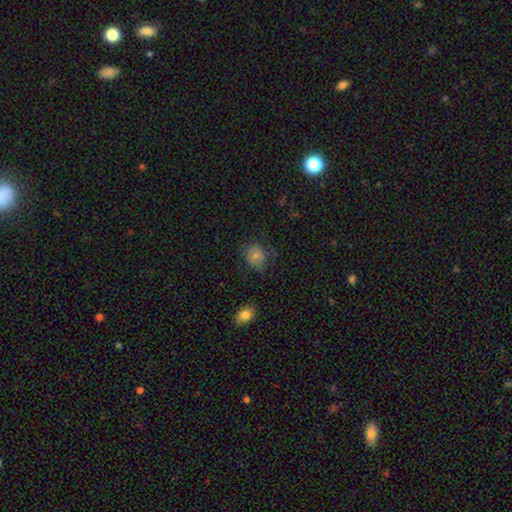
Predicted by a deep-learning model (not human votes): A smooth galaxy with no disk features (76%) that is round (62%).

Vote fractions:
- Smooth or featured? smooth: 76% / featured or disk: 14% / star or artifact: 10%
- How rounded? round: 62% / in between: 37% / cigar-shaped: 1%
- Merging? none: 70% / minor disturbance: 21% / major disturbance: 7% / merger: 2%